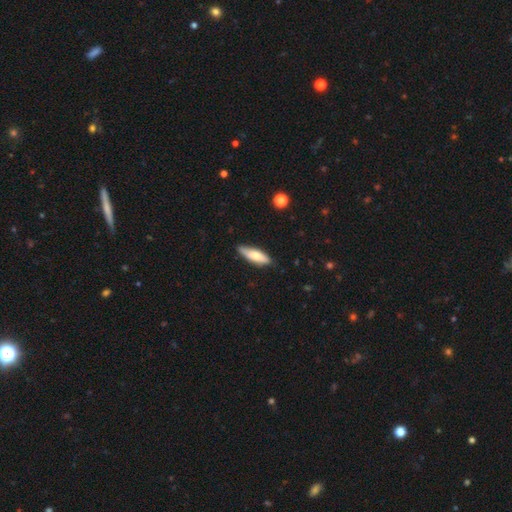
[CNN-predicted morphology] Overall: smooth (69%). How rounded: cigar-shaped (53%; in between 45%). Merging: none (82%).